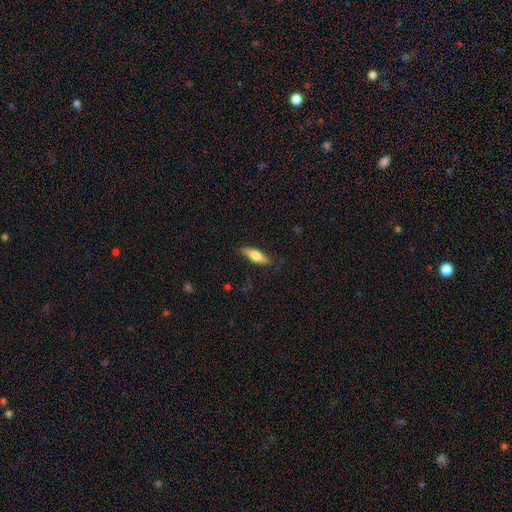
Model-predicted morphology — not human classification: A smooth galaxy with no disk features (63%) that is cigar-shaped (54%).

Vote fractions:
- Smooth or featured? smooth: 63% / featured or disk: 32% / star or artifact: 6%
- How rounded? cigar-shaped: 54% / in between: 44% / round: 2%
- Merging? none: 82% / minor disturbance: 14% / major disturbance: 3% / merger: 1%